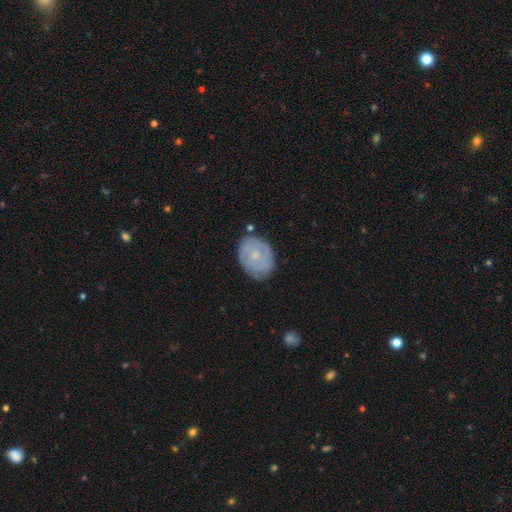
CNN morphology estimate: smooth_or_featured: featured or disk (p=0.54) [alt: smooth p=0.39]
disk_edge_on: no (p=0.96) [alt: yes p=0.04]
bar: no (p=0.82) [alt: weak p=0.15]
has_spiral_arms: yes (p=0.58) [alt: no p=0.42]
bulge_size: small (p=0.68) [alt: moderate p=0.27]
merging: none (p=0.74) [alt: minor disturbance p=0.19]